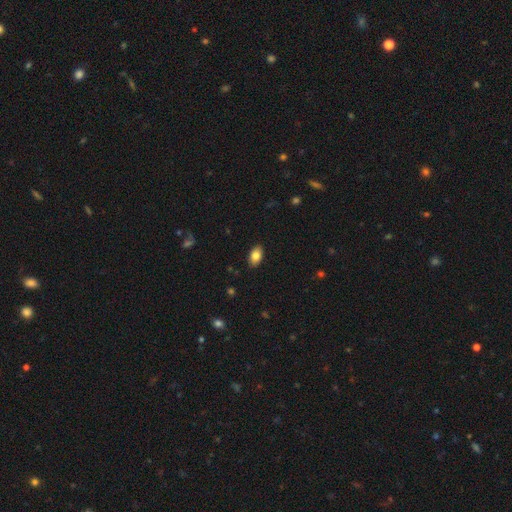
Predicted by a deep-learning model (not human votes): smooth 83%, featured or disk 10%, star or artifact 7%. Down the decision tree: how rounded — in between (91%); merging — none (88%).